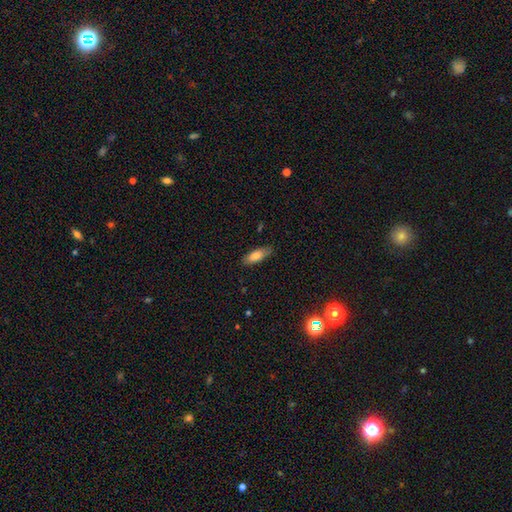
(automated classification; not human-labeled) Overall: smooth (78%). How rounded: in between (66%; cigar-shaped 31%). Merging: none (82%).